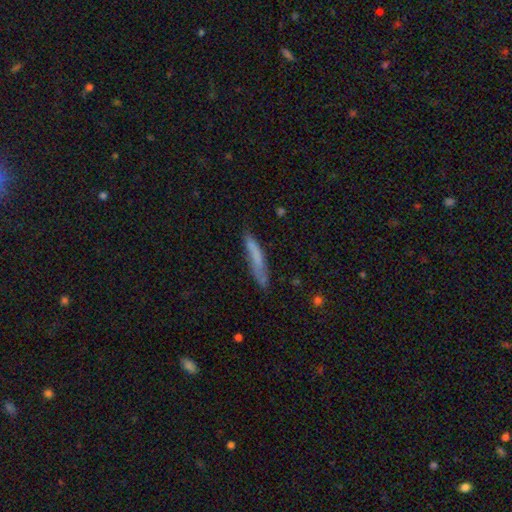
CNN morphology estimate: smooth_or_featured: smooth (p=0.66) [alt: featured or disk p=0.26]
how_rounded: cigar-shaped (p=0.91) [alt: in between p=0.08]
merging: none (p=0.66) [alt: minor disturbance p=0.24]